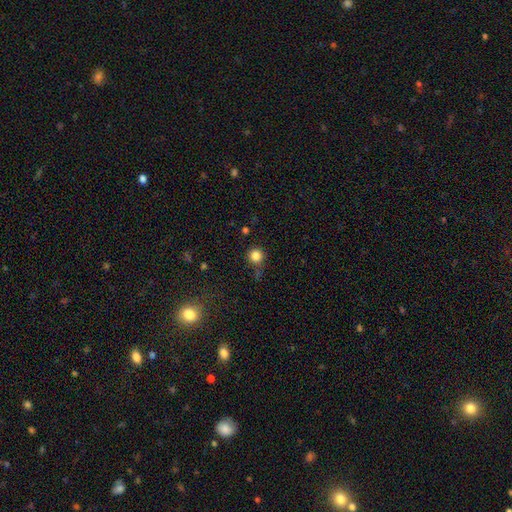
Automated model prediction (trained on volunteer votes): A smooth galaxy with no disk features (83%) that is round (94%). Merging: none (73%).